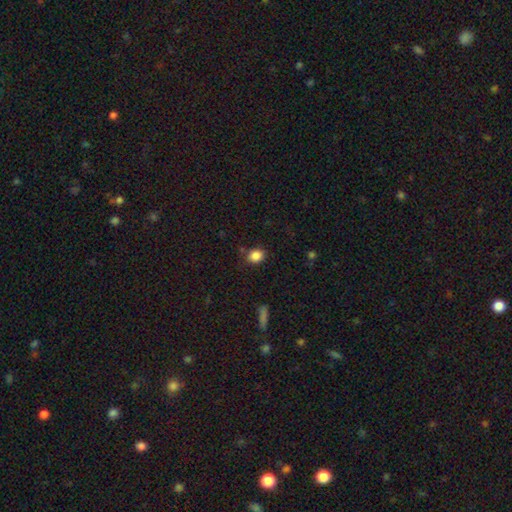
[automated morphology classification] This is clearly a smooth galaxy (86%). How rounded: possibly round (50%). Merging: clearly none (80%).